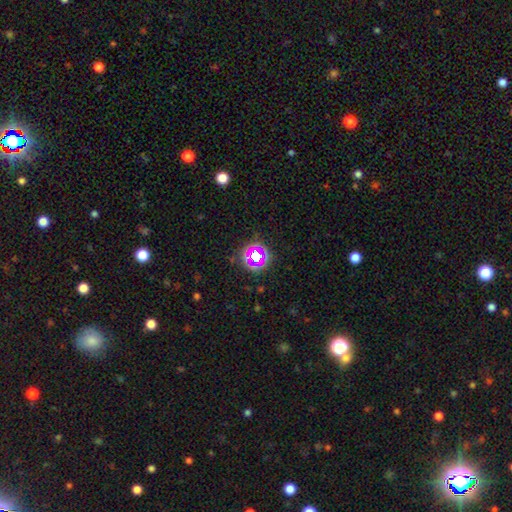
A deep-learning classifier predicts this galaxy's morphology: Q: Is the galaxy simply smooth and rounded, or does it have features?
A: star or artifact — 54%.